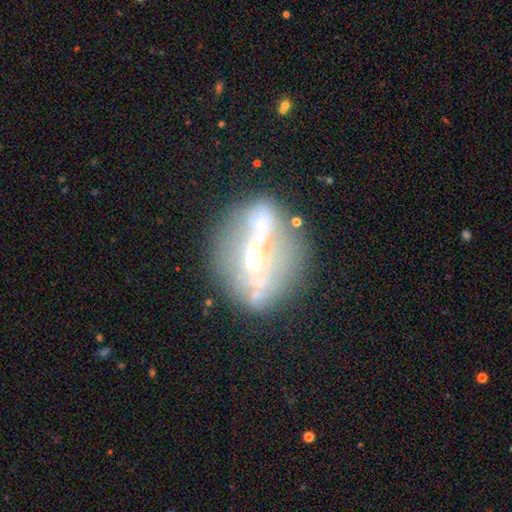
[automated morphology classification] Smooth or featured? Predicted: featured or disk (p=0.63). Edge-on disk? Predicted: no (p=0.80). Bar? Predicted: no (p=0.49). Spiral arms? Predicted: no (p=0.88). Bulge size? Predicted: moderate (p=0.41). Merging? Predicted: none (p=0.50).